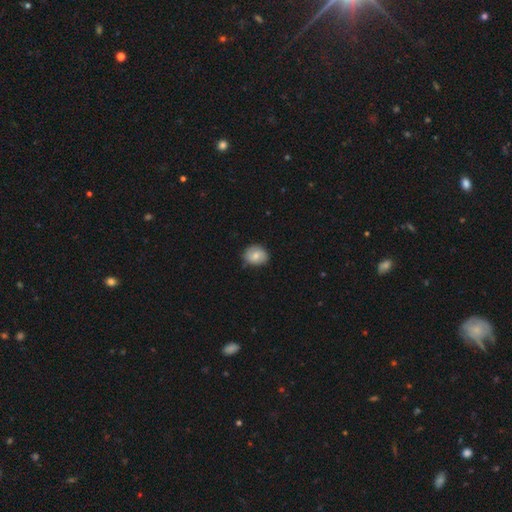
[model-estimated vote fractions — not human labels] This appears to be a smooth galaxy with no disk features (74%) that is round (58%). Merging: none (77%).